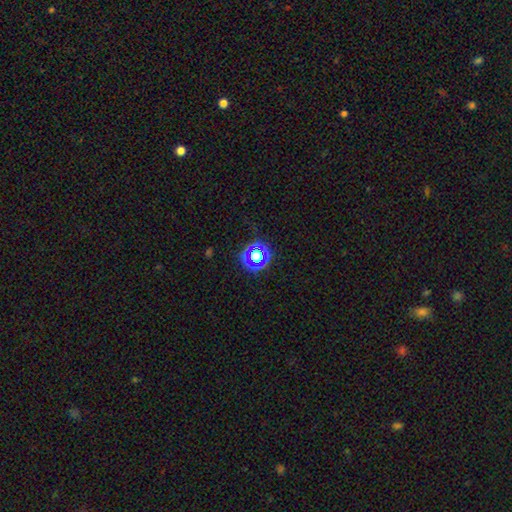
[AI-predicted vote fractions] Q: Smooth or featured?
A: star or artifact (55%); runner-up: smooth (33%)